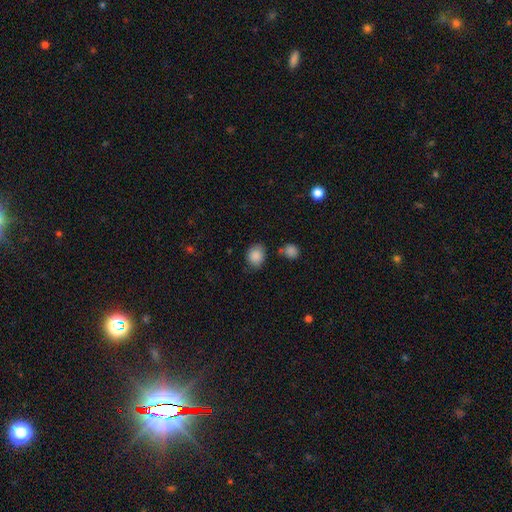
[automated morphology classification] smooth 87%, star or artifact 9%, featured or disk 4%. Down the decision tree: how rounded — round (57%); merging — none (72%).